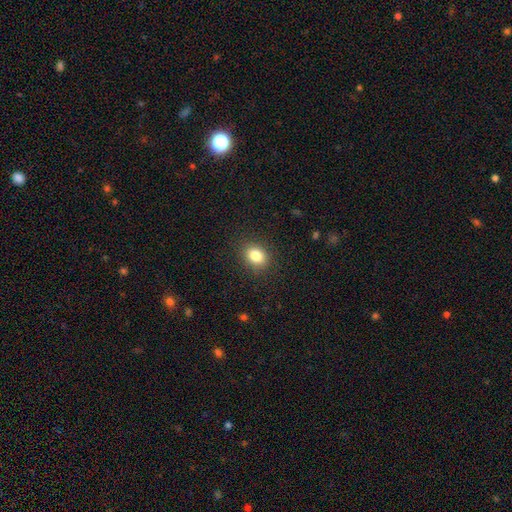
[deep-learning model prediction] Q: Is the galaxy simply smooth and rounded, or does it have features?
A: smooth — 83%.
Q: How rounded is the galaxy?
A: in between — 50%.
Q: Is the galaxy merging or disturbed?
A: none — 88%.